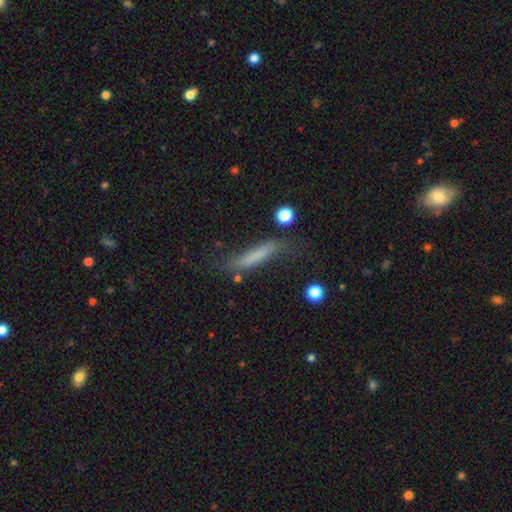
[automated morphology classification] Smooth or featured? smooth (62%)
How rounded? cigar-shaped (86%)
Merging? none (53%)